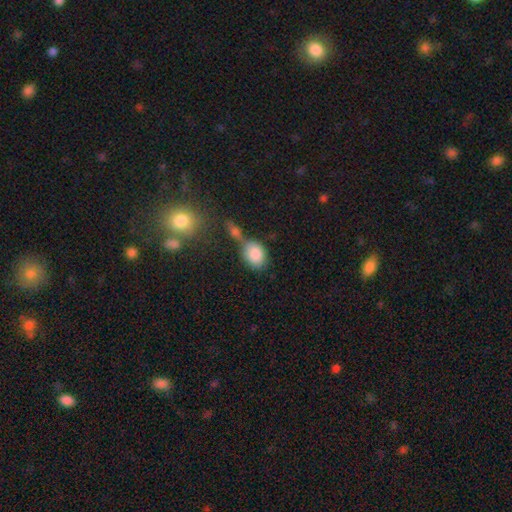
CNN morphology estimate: Smooth or featured?
  - smooth: 85% *
  - star or artifact: 8%
  - featured or disk: 7%
How rounded?
  - in between: 63% *
  - round: 36%
  - cigar-shaped: 2%
Merging?
  - none: 49% *
  - merger: 28%
  - minor disturbance: 16%
  - major disturbance: 7%